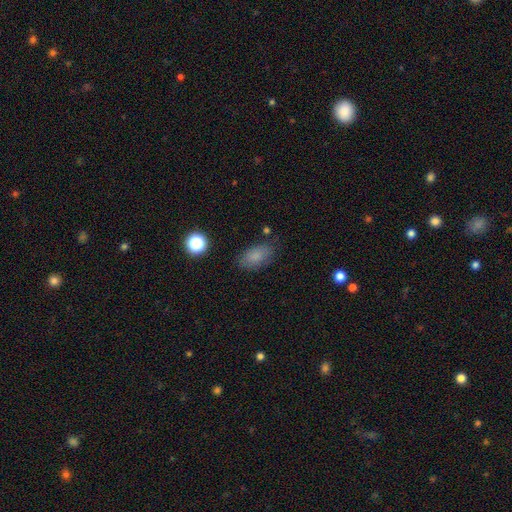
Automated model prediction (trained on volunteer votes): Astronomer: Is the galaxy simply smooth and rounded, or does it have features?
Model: smooth — 82%.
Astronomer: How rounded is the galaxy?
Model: in between — 90%.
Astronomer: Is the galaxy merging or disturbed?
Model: none — 78%.